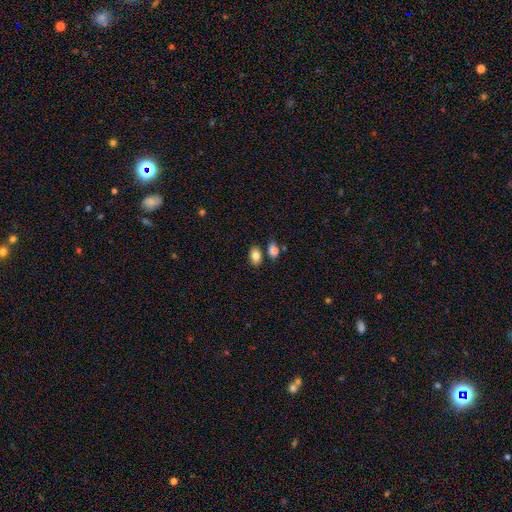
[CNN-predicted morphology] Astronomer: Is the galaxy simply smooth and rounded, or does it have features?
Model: smooth — 83%.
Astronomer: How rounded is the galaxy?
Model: in between — 86%.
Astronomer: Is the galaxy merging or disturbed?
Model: none — 73%.